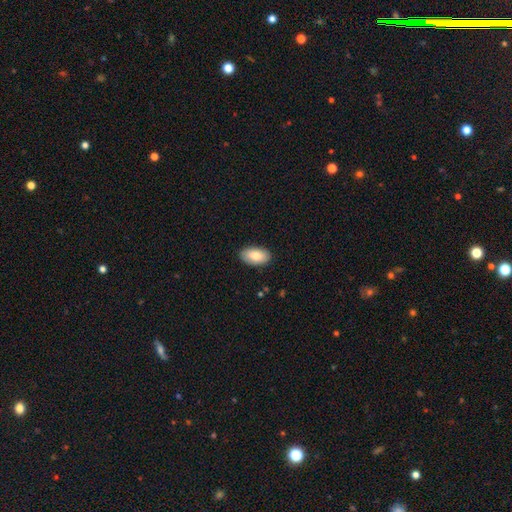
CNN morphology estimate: type=smooth (84%); roundness=in between (94%); merging=none (88%).